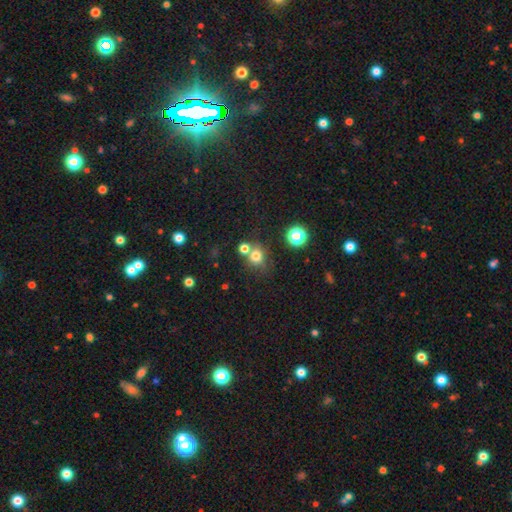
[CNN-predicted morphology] smooth-or-featured: smooth: 74% | star or artifact: 18% | featured or disk: 9%
  how-rounded: round: 79% | in between: 20% | cigar-shaped: 1%
  merging: none: 58% | merger: 25% | minor disturbance: 12% | major disturbance: 5%